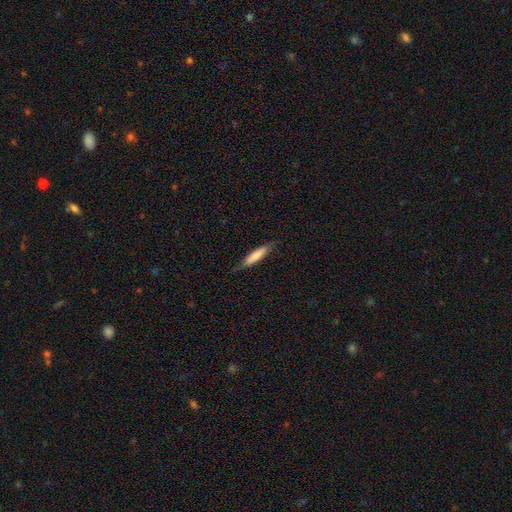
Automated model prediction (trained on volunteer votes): This is likely a smooth galaxy (71%). How rounded: clearly cigar-shaped (82%). Merging: likely none (75%).